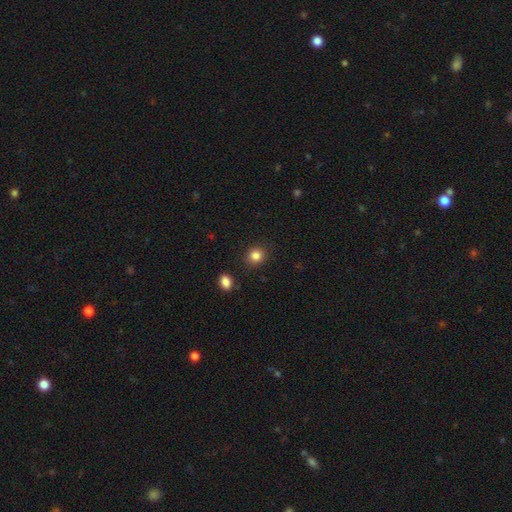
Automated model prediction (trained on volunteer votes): A smooth galaxy with no disk features (84%) that is round (82%). Merging: none (89%).